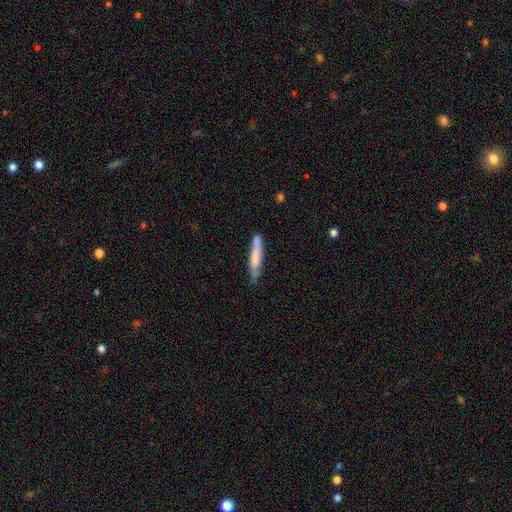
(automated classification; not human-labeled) Morphology: type=smooth (66%); roundness=cigar-shaped (94%); merging=none (75%).